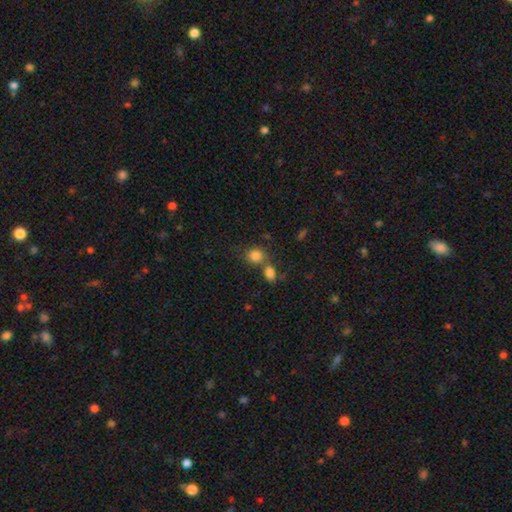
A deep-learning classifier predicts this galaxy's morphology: smooth-or-featured: smooth: 83% | star or artifact: 10% | featured or disk: 7%
  how-rounded: round: 68% | in between: 31% | cigar-shaped: 1%
  merging: none: 54% | merger: 32% | minor disturbance: 10% | major disturbance: 4%